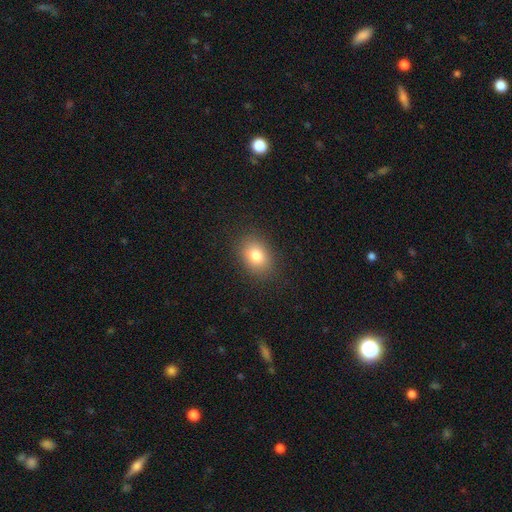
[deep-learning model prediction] smooth-or-featured: smooth: 80% | star or artifact: 11% | featured or disk: 9%
  how-rounded: in between: 67% | round: 32% | cigar-shaped: 1%
  merging: none: 87% | minor disturbance: 9% | major disturbance: 3% | merger: 1%